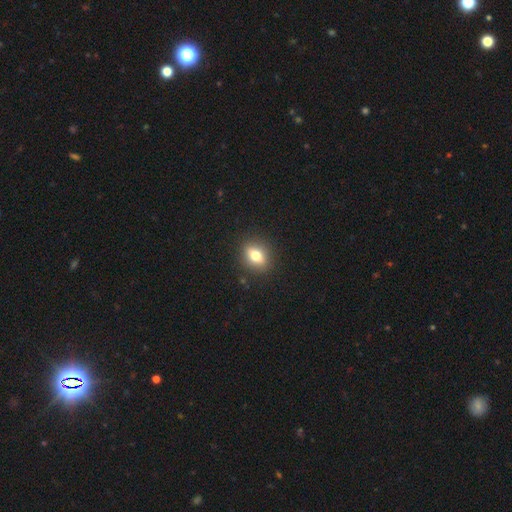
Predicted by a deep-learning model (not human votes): This appears to be a smooth galaxy with no disk features (73%) that is in between round and cigar-shaped (57%). Merging: none (89%).